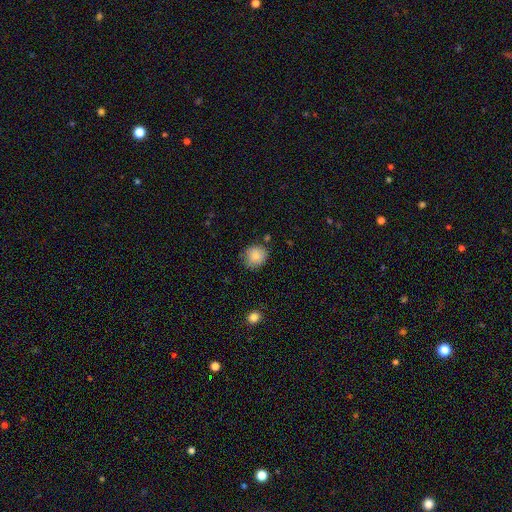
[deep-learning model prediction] Smooth or featured: smooth — 85% (star or artifact — 8%)
How rounded: round — 82% (in between — 17%)
Merging: none — 74% (minor disturbance — 19%)